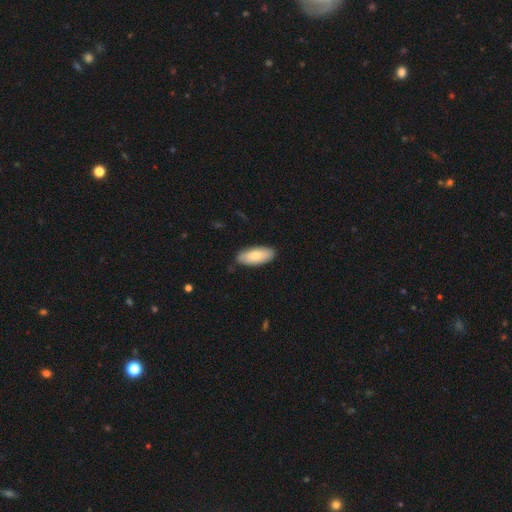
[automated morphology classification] Smooth or featured? smooth (77%)
How rounded? in between (86%)
Merging? none (85%)